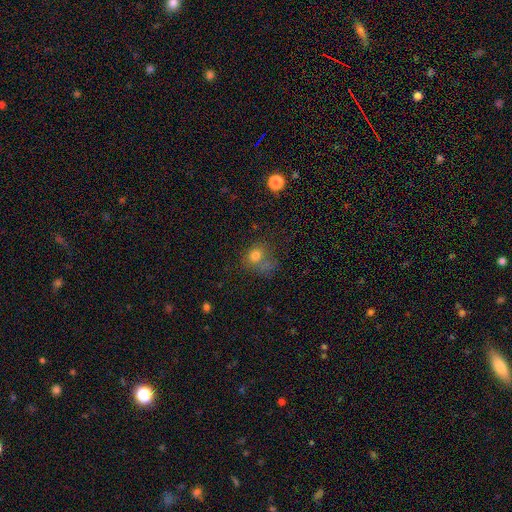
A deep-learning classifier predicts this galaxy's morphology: This is likely a smooth galaxy (74%). How rounded: likely round (63%). Merging: marginally none (44%).